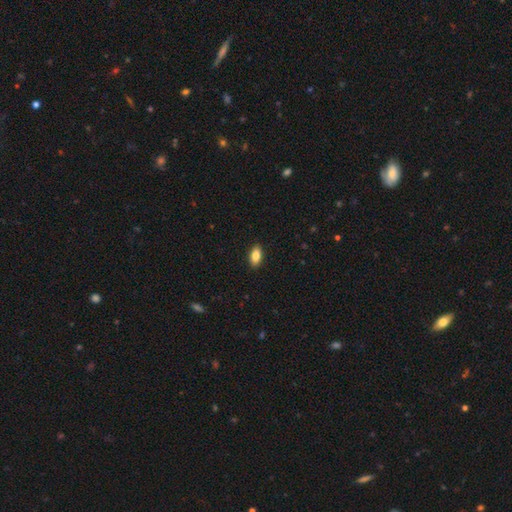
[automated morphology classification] smooth_or_featured: smooth (p=0.84) [alt: featured or disk p=0.09]
how_rounded: in between (p=0.90) [alt: cigar-shaped p=0.06]
merging: none (p=0.90) [alt: minor disturbance p=0.08]